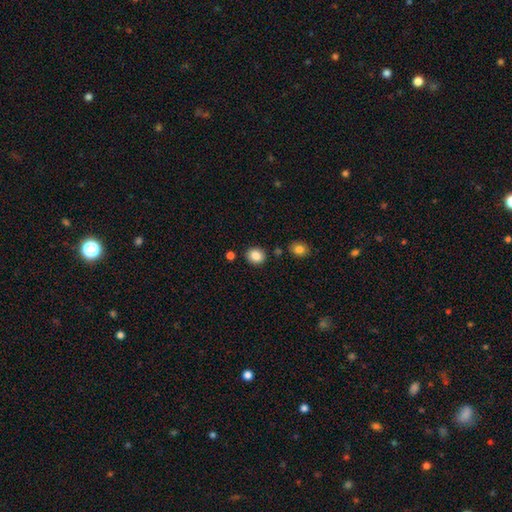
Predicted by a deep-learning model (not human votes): Smooth or featured? smooth (85%)
How rounded? round (76%)
Merging? none (86%)